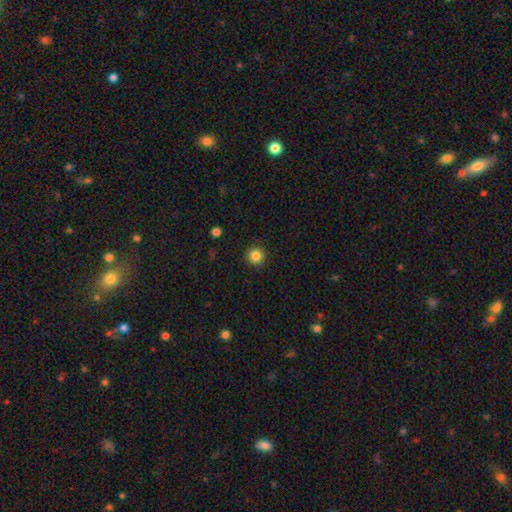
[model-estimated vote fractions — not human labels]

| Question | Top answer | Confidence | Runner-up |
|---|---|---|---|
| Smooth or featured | smooth | 85% | star or artifact (11%) |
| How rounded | round | 96% | in between (3%) |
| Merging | none | 92% | minor disturbance (5%) |